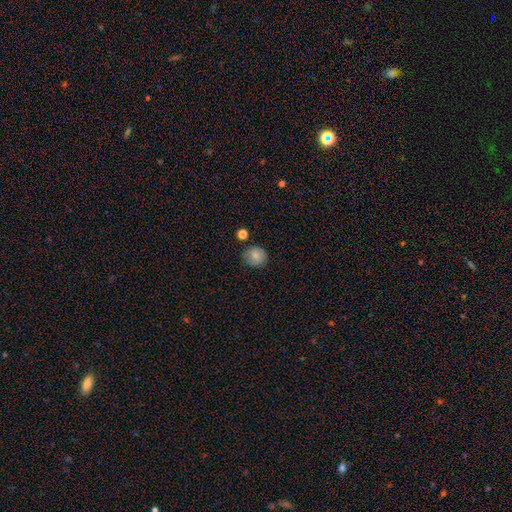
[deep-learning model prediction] Morphology: type=smooth (78%); roundness=round (86%); merging=none (77%).